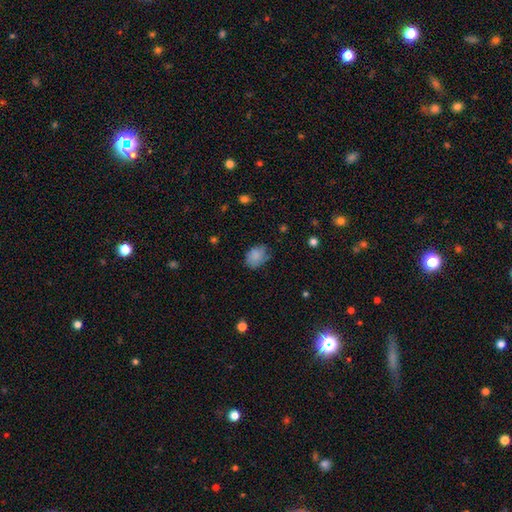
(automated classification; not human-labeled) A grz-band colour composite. It shows a smooth galaxy with no disk features (81%) that is in between round and cigar-shaped (67%). Merging: none (63%).